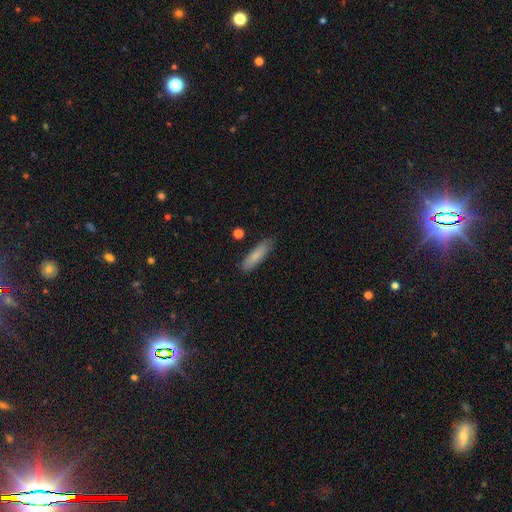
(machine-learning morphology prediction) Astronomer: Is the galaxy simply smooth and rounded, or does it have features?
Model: smooth — 80%.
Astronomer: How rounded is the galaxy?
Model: cigar-shaped — 68%.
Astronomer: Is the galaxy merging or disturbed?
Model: none — 83%.